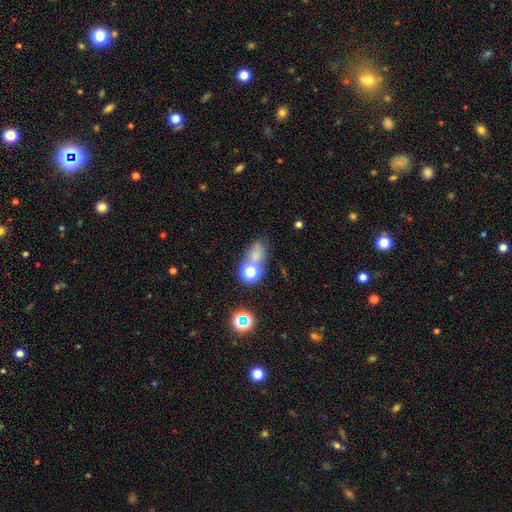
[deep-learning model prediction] A smooth galaxy with no disk features (62%) that is in between round and cigar-shaped (62%). Merging: none (47%).